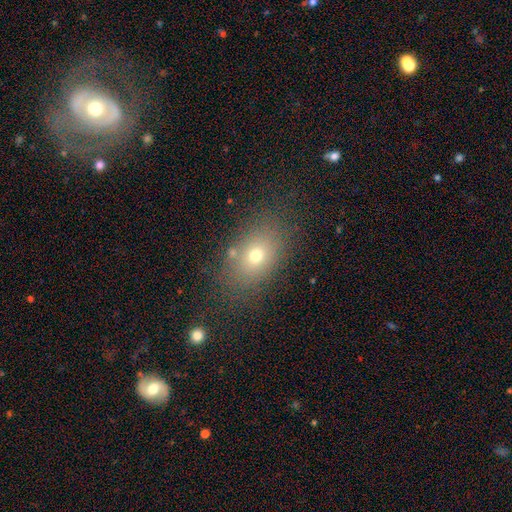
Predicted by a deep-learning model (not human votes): Smooth or featured?
  - smooth: 69% *
  - star or artifact: 16%
  - featured or disk: 15%
How rounded?
  - in between: 75% *
  - round: 24%
  - cigar-shaped: 2%
Merging?
  - none: 78% *
  - minor disturbance: 12%
  - major disturbance: 6%
  - merger: 4%